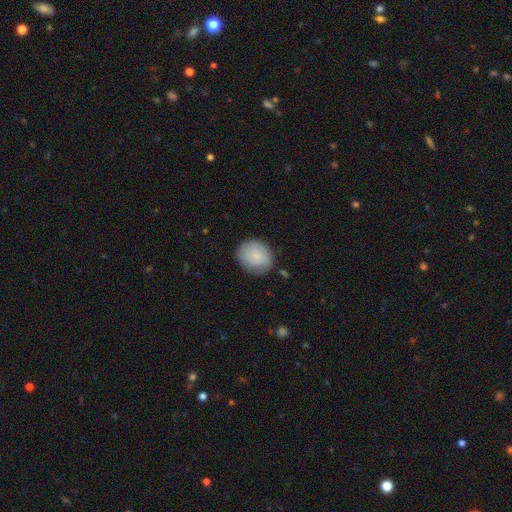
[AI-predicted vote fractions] A smooth galaxy with no disk features (79%) that is round (64%).

Vote fractions:
- Smooth or featured? smooth: 79% / featured or disk: 14% / star or artifact: 7%
- How rounded? round: 64% / in between: 35% / cigar-shaped: 1%
- Merging? none: 76% / minor disturbance: 18% / major disturbance: 4% / merger: 2%